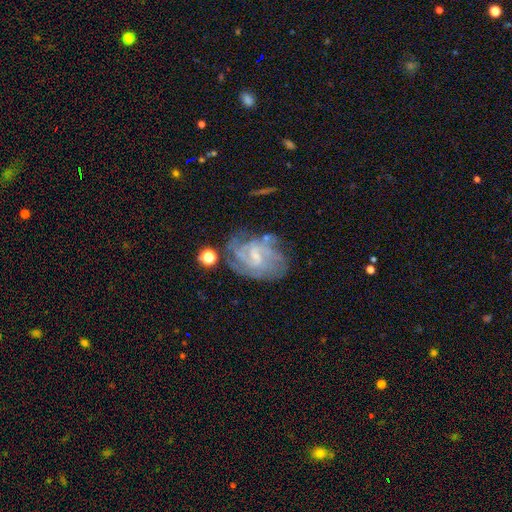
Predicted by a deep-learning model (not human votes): A featured or disk galaxy (79%) with a weak bar (55%), tight (49%) spiral arms (88%) and a small central bulge (49%). Merging: none (53%).